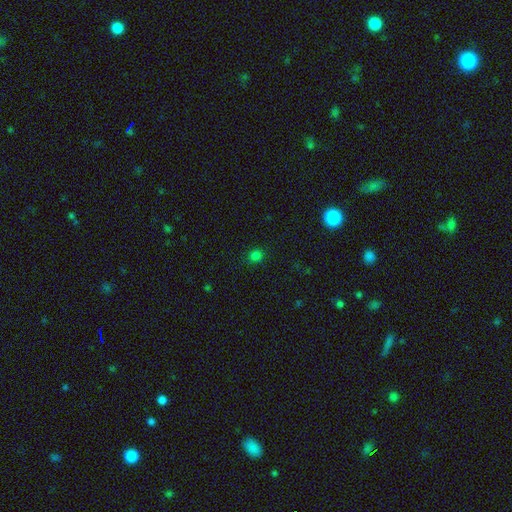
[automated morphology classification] smooth 76%, star or artifact 20%, featured or disk 4%. Down the decision tree: how rounded — round (80%); merging — none (86%).